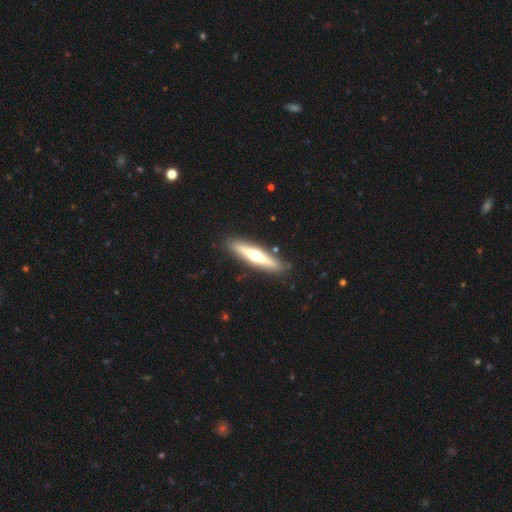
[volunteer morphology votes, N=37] Smooth or featured?
  - featured or disk: 70% *
  - smooth: 27%
  - star or artifact: 3%
Edge-on disk?
  - yes: 92% *
  - no: 8%
Edge-on bulge?
  - rounded: 100% *
  - boxy: 0%
  - none: 0%
Merging?
  - none: 94% *
  - minor disturbance: 3%
  - major disturbance: 3%
  - merger: 0%